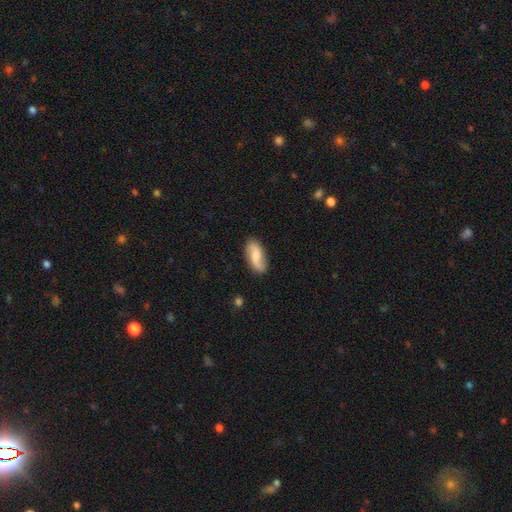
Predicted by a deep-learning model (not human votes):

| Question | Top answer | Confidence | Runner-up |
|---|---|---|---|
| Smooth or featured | featured or disk | 52% | smooth (42%) |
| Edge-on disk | no | 94% | yes (6%) |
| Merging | none | 83% | minor disturbance (13%) |